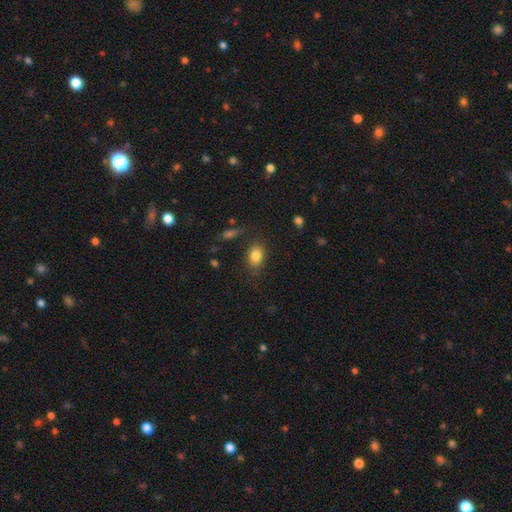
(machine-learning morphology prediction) A smooth galaxy with no disk features (83%) that is in between round and cigar-shaped (71%). Merging: none (77%).